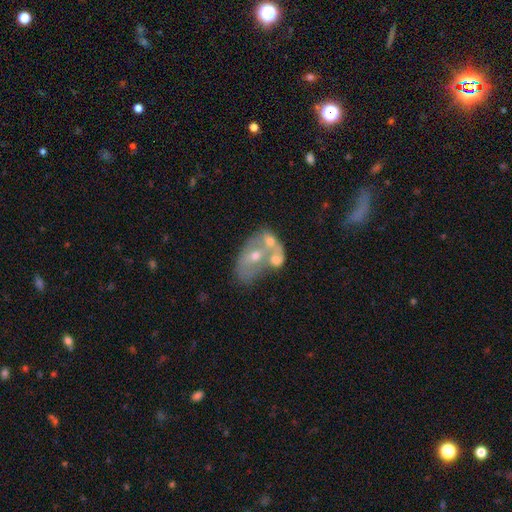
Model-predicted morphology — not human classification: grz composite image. It shows a featured or disk galaxy (58%) with no bar (84%), no spiral arms (80%) and a moderate central bulge (50%). Merging: merger (61%).